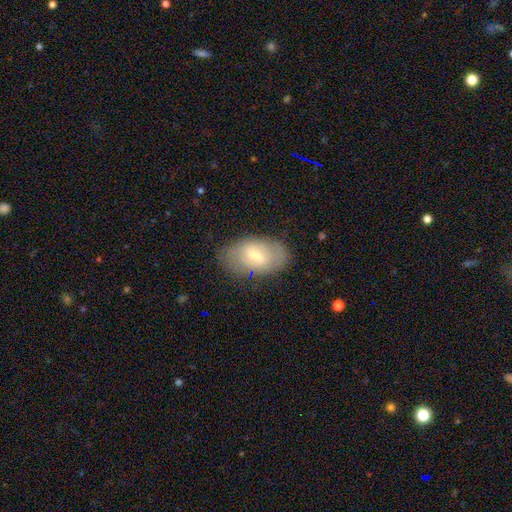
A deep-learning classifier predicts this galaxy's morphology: Smooth or featured?
  - smooth: 54% *
  - featured or disk: 37%
  - star or artifact: 9%
How rounded?
  - in between: 91% *
  - round: 7%
  - cigar-shaped: 2%
Merging?
  - none: 78% *
  - minor disturbance: 16%
  - major disturbance: 5%
  - merger: 1%